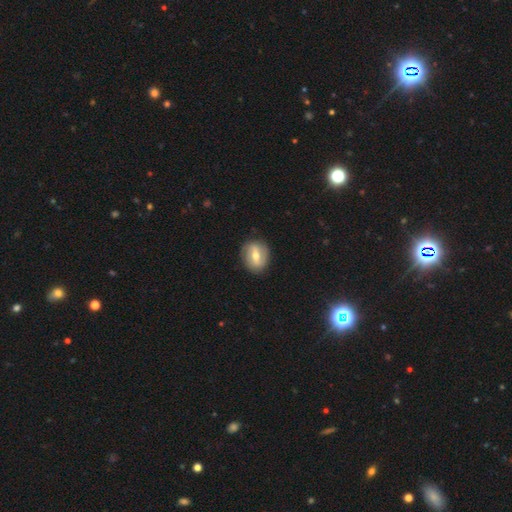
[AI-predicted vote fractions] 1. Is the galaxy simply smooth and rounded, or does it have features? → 59% featured or disk, 35% smooth, 7% star or artifact.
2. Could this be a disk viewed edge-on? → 93% no, 7% yes.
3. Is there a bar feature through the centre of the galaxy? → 45% strong, 39% weak, 15% no.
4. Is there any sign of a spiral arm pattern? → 55% yes, 45% no.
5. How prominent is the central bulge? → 71% moderate, 20% small, 6% large, 1% none, 1% dominant.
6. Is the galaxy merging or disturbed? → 85% none, 11% minor disturbance, 3% major disturbance, 1% merger.